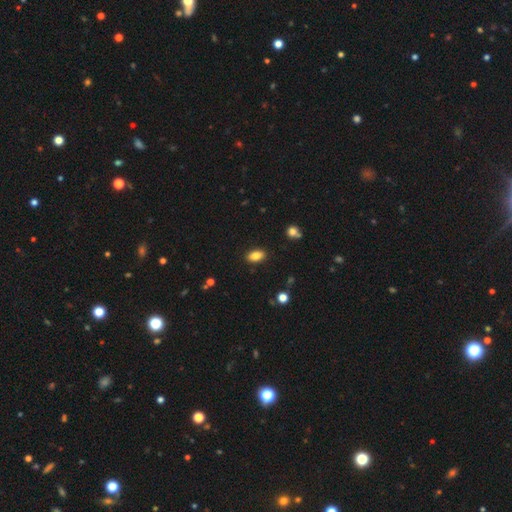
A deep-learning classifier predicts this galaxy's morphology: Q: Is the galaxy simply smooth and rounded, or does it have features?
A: smooth — 85%.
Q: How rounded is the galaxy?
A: in between — 90%.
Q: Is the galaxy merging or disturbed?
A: none — 88%.